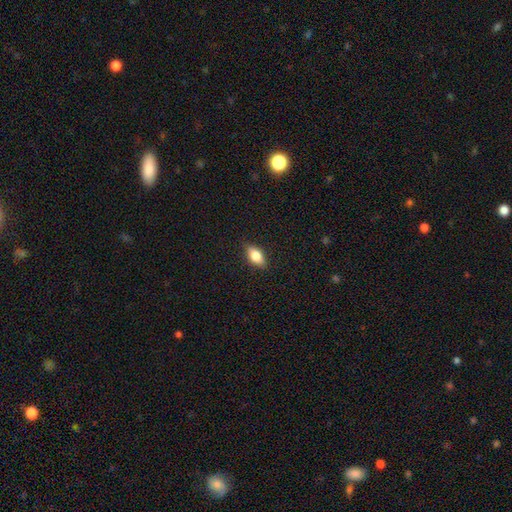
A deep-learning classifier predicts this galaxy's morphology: This is likely a smooth galaxy (77%). How rounded: clearly in between (86%). Merging: clearly none (86%).